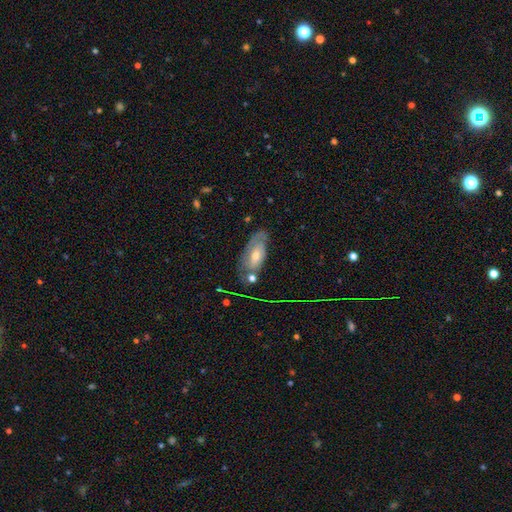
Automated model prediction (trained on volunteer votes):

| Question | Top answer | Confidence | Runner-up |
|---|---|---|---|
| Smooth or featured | featured or disk | 55% | smooth (34%) |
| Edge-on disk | no | 83% | yes (17%) |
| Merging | none | 58% | minor disturbance (24%) |